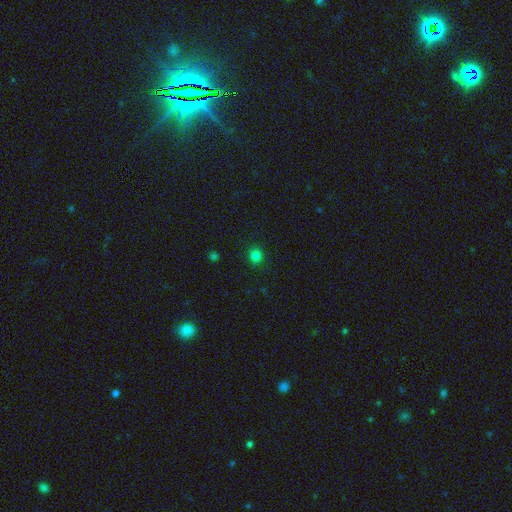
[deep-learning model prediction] Smooth or featured?
  - smooth: 81% *
  - star or artifact: 15%
  - featured or disk: 3%
How rounded?
  - round: 89% *
  - in between: 10%
  - cigar-shaped: 1%
Merging?
  - none: 91% *
  - minor disturbance: 6%
  - major disturbance: 2%
  - merger: 1%